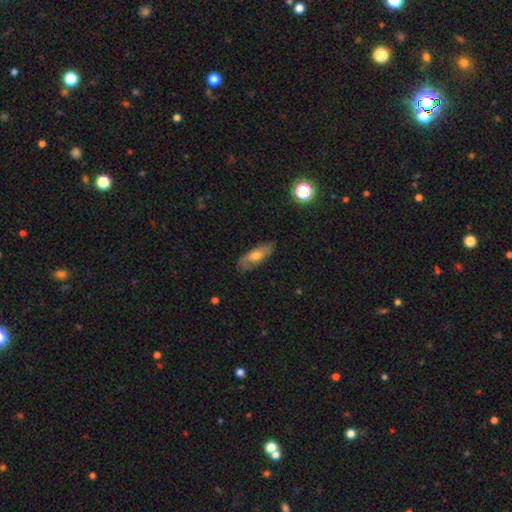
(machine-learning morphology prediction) smooth 56%, featured or disk 36%, star or artifact 8%. Down the decision tree: how rounded — in between (62%); merging — none (79%).